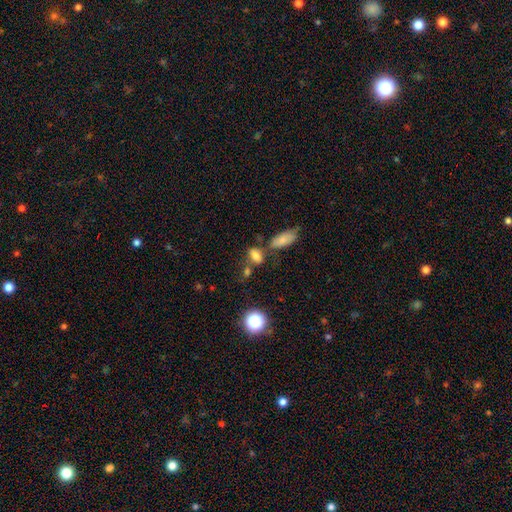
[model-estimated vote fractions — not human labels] This is likely a smooth galaxy (75%). How rounded: likely in between (80%). Merging: possibly none (51%).